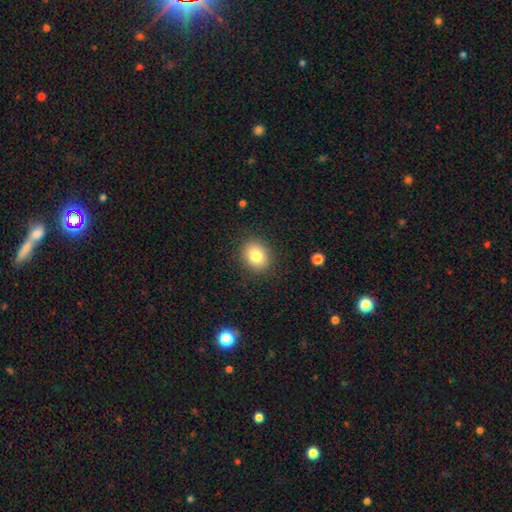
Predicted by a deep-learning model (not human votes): smooth 81%, star or artifact 10%, featured or disk 9%. Down the decision tree: how rounded — round (57%); merging — none (87%).